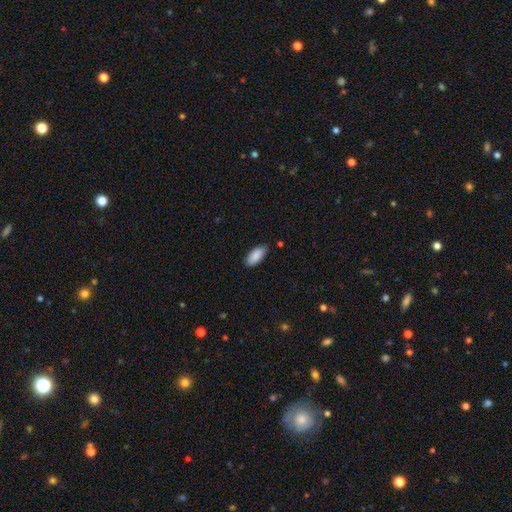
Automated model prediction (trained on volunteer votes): Q: Smooth or featured?
A: smooth (89%); runner-up: star or artifact (6%)
Q: How rounded?
A: in between (90%); runner-up: cigar-shaped (8%)
Q: Merging?
A: none (82%); runner-up: minor disturbance (14%)